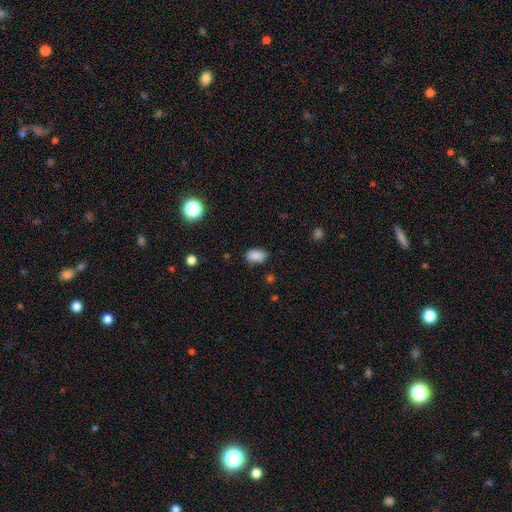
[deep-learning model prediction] Morphology: type=smooth (87%); roundness=in between (89%); merging=none (80%).